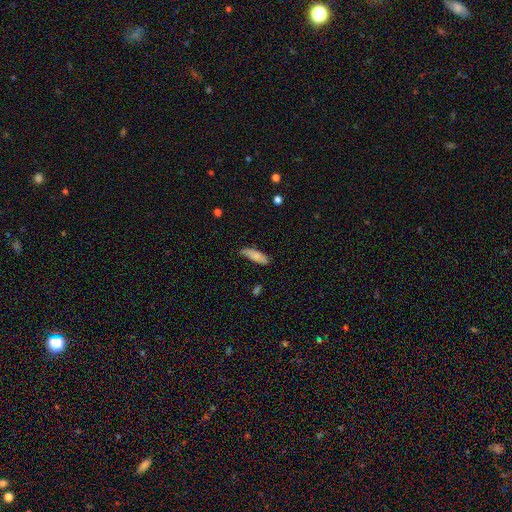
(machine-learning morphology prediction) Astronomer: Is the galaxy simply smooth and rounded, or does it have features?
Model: smooth — 80%.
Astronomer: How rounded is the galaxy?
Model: cigar-shaped — 54% (runner-up: in between, 44%).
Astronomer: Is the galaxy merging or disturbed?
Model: none — 68%.